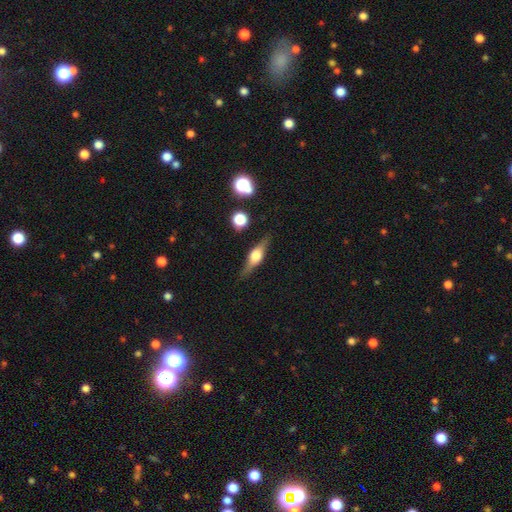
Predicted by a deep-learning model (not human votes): smooth_or_featured: featured or disk (p=0.66) [alt: smooth p=0.27]
disk_edge_on: yes (p=0.94) [alt: no p=0.06]
edge_on_bulge: rounded (p=0.91) [alt: boxy p=0.07]
merging: none (p=0.83) [alt: minor disturbance p=0.12]